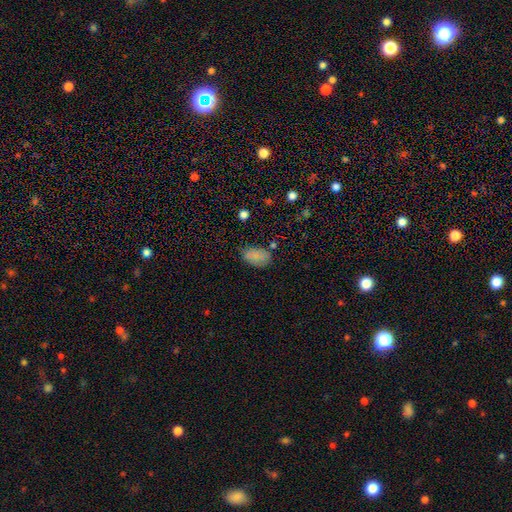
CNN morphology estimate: Smooth or featured? Predicted: smooth (p=0.81). How rounded? Predicted: in between (p=0.91). Merging? Predicted: none (p=0.67).